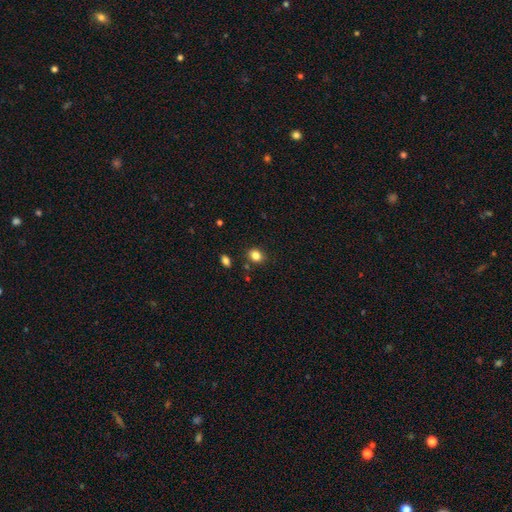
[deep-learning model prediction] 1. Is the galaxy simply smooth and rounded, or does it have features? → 83% smooth, 11% star or artifact, 5% featured or disk.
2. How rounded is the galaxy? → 56% round, 43% in between, 1% cigar-shaped.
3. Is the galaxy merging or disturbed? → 83% none, 10% minor disturbance, 4% merger, 3% major disturbance.